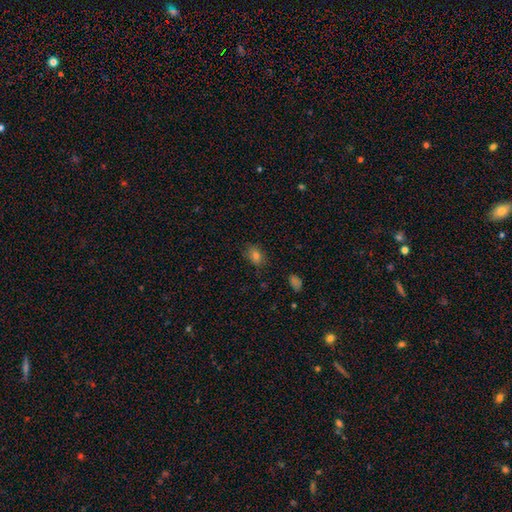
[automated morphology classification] The model was most divided on "how rounded": in between: 74%, round: 24%, cigar-shaped: 2%. More confident: smooth or featured — smooth (79%); merging — none (78%).